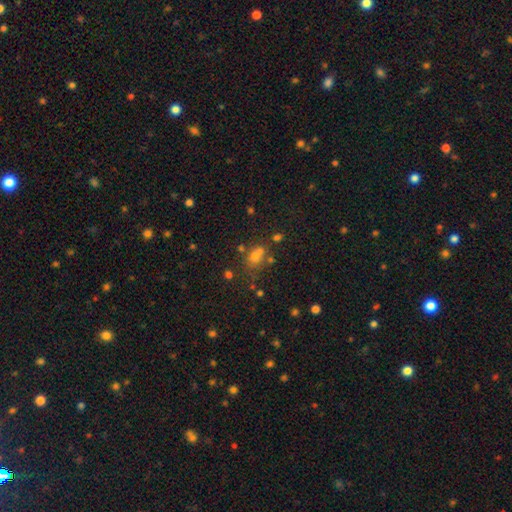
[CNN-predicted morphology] type=smooth (58%); roundness=in between (53%); merging=none (53%).